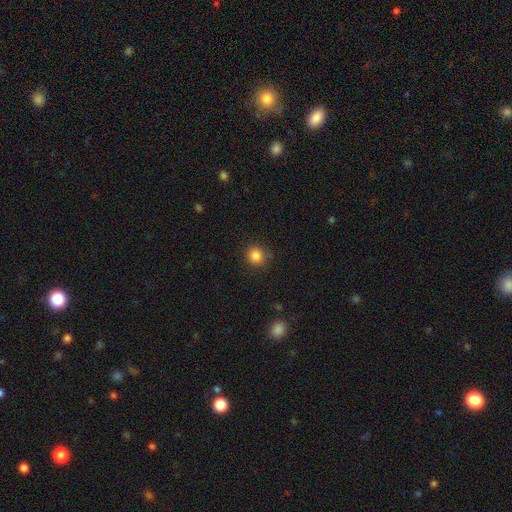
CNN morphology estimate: Q: Smooth or featured?
A: smooth (85%); runner-up: star or artifact (11%)
Q: How rounded?
A: round (89%); runner-up: in between (10%)
Q: Merging?
A: none (86%); runner-up: minor disturbance (10%)